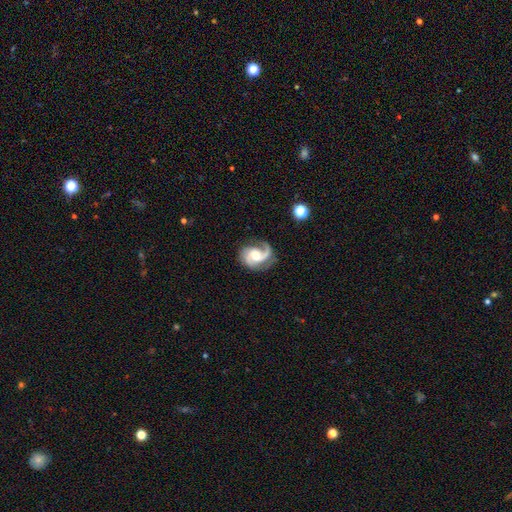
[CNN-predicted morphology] smooth_or_featured: featured or disk (p=0.89) [alt: smooth p=0.06]
disk_edge_on: no (p=0.98) [alt: yes p=0.02]
bar: no (p=0.53) [alt: weak p=0.37]
has_spiral_arms: yes (p=0.98) [alt: no p=0.02]
spiral_winding: medium (p=0.53) [alt: tight p=0.25]
spiral_arm_count: 2 (p=0.75) [alt: 1 p=0.16]
bulge_size: moderate (p=0.63) [alt: small p=0.22]
merging: none (p=0.68) [alt: minor disturbance p=0.19]